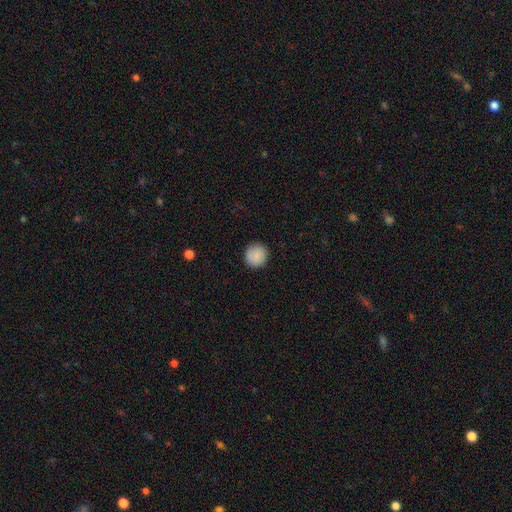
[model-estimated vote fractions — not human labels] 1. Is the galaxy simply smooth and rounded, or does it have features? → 86% smooth, 7% star or artifact, 7% featured or disk.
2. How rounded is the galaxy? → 94% round, 5% in between, 1% cigar-shaped.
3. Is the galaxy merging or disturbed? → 90% none, 7% minor disturbance, 2% major disturbance, 1% merger.